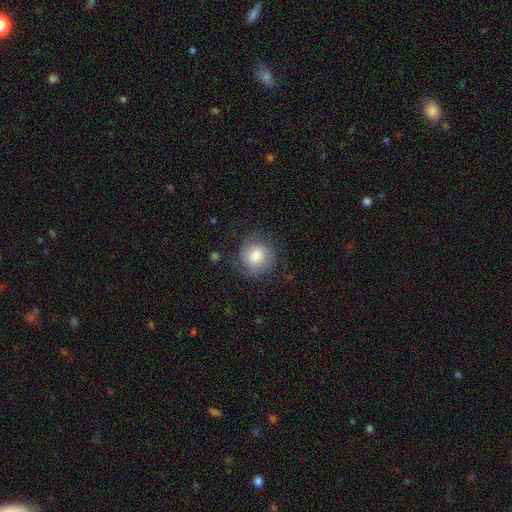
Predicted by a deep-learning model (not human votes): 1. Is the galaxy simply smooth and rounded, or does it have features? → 58% smooth, 34% featured or disk, 8% star or artifact.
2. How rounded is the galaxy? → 88% round, 11% in between, 1% cigar-shaped.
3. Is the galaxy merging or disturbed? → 71% none, 19% minor disturbance, 9% major disturbance, 1% merger.